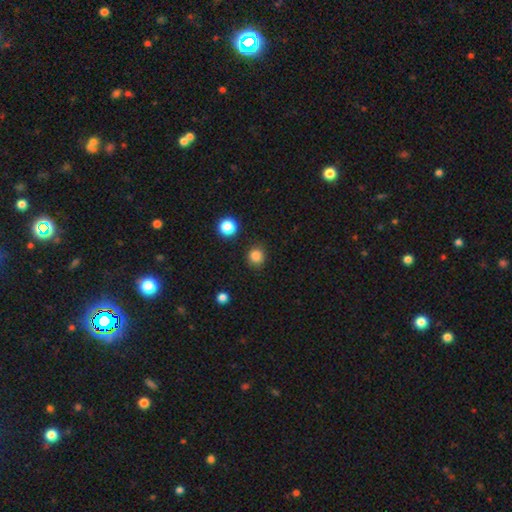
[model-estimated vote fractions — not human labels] Morphology: type=smooth (84%); roundness=round (89%); merging=none (87%).